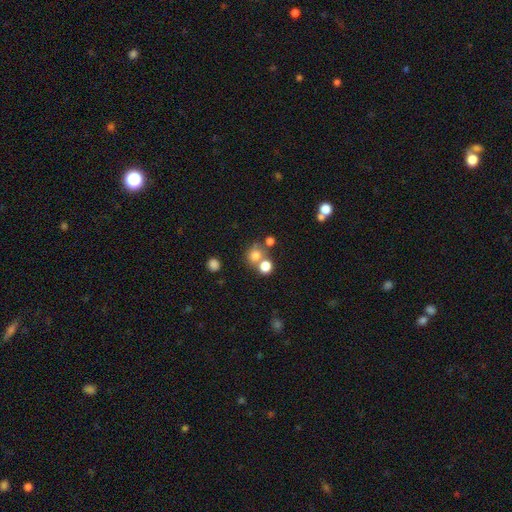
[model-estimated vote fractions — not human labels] Smooth or featured?
  - smooth: 75% *
  - star or artifact: 16%
  - featured or disk: 9%
How rounded?
  - round: 79% *
  - in between: 20%
  - cigar-shaped: 1%
Merging?
  - none: 53% *
  - merger: 33%
  - minor disturbance: 9%
  - major disturbance: 5%